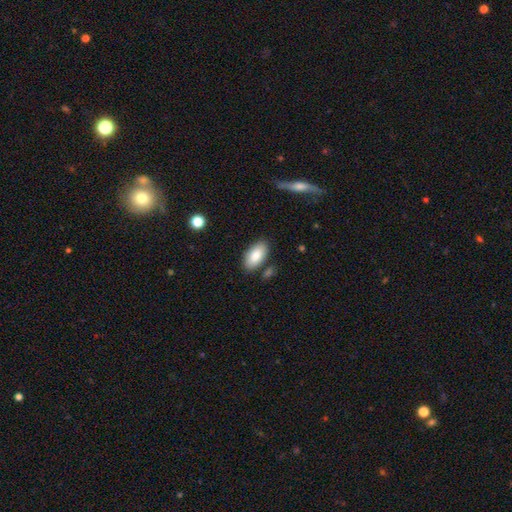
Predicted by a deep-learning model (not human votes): This is clearly a smooth galaxy (86%). How rounded: clearly in between (94%). Merging: clearly none (82%).